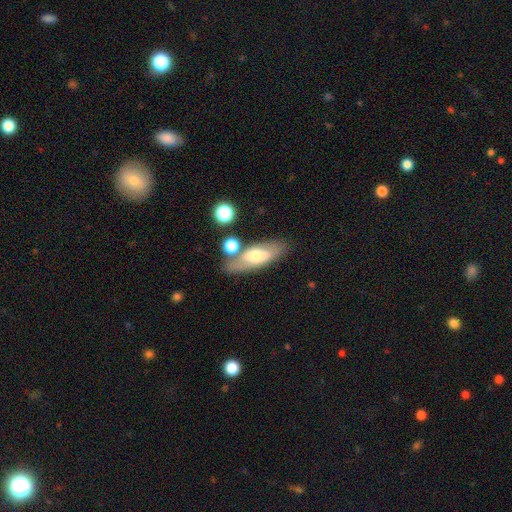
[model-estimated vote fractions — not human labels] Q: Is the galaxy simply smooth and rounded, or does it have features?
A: smooth — 52%.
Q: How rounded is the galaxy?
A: in between — 67%.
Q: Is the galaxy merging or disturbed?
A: none — 65%.